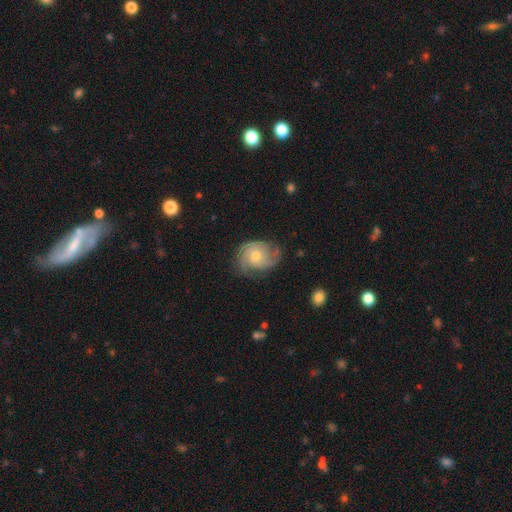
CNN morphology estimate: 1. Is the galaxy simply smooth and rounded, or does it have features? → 77% featured or disk, 17% smooth, 6% star or artifact.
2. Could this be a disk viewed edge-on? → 98% no, 2% yes.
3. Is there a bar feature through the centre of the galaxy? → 78% no, 20% weak, 3% strong.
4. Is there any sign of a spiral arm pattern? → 94% yes, 6% no.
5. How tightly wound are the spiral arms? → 42% tight (tied), 42% medium (tied), 16% loose.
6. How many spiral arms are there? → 34% 3, 31% 2, 18% can't tell, 7% 4, 6% 1, 5% more than 4.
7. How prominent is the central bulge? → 49% moderate, 46% small, 2% large, 1% none, 1% dominant.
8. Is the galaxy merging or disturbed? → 68% none, 21% minor disturbance, 9% major disturbance, 1% merger.